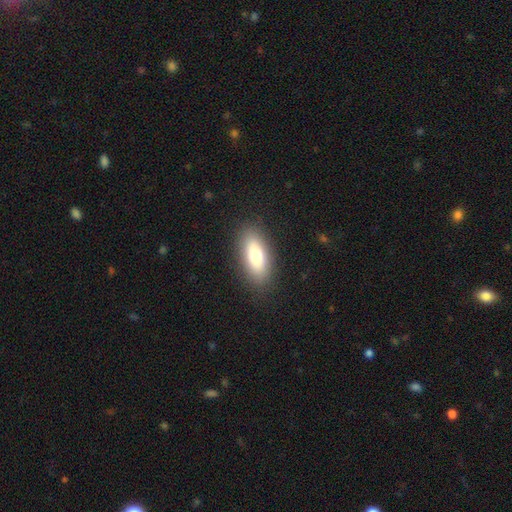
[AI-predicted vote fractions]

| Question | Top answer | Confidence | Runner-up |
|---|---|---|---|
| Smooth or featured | smooth | 74% | featured or disk (18%) |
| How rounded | in between | 83% | cigar-shaped (13%) |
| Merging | none | 87% | minor disturbance (9%) |